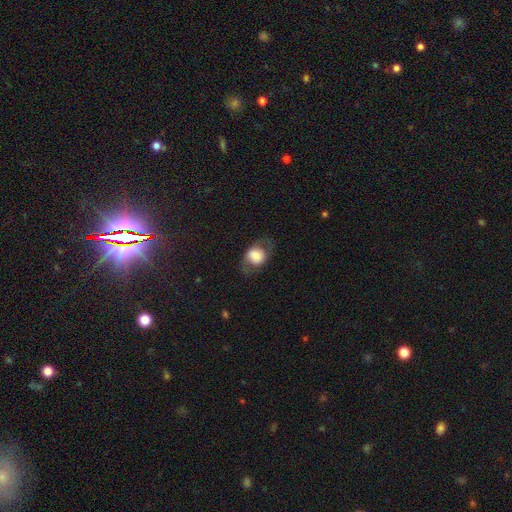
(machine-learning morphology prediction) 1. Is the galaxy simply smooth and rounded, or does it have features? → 62% smooth, 30% featured or disk, 8% star or artifact.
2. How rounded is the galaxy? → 55% round, 44% in between, 1% cigar-shaped.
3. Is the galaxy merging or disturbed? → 64% none, 19% minor disturbance, 16% major disturbance, 1% merger.